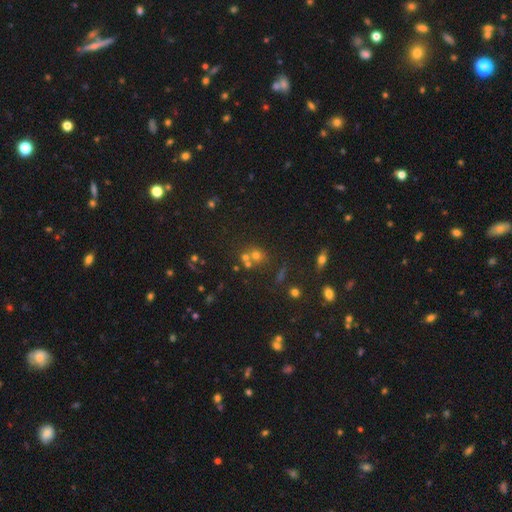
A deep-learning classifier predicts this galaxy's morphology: type=smooth (50%); roundness=round (80%); merging=none (54%).